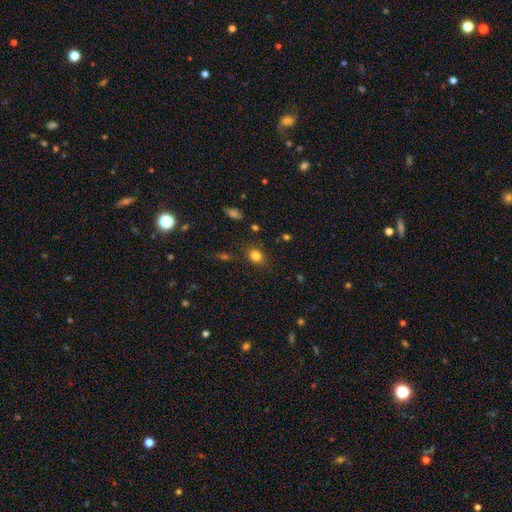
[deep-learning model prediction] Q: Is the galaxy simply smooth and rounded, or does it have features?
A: smooth — 81%.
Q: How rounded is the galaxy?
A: round — 52%.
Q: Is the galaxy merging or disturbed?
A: none — 82%.